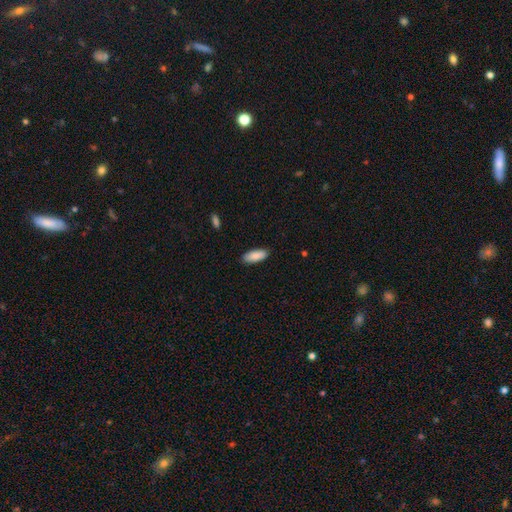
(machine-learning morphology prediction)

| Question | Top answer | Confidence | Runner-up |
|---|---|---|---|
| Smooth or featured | smooth | 89% | star or artifact (6%) |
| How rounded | in between | 79% | cigar-shaped (20%) |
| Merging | none | 88% | minor disturbance (9%) |